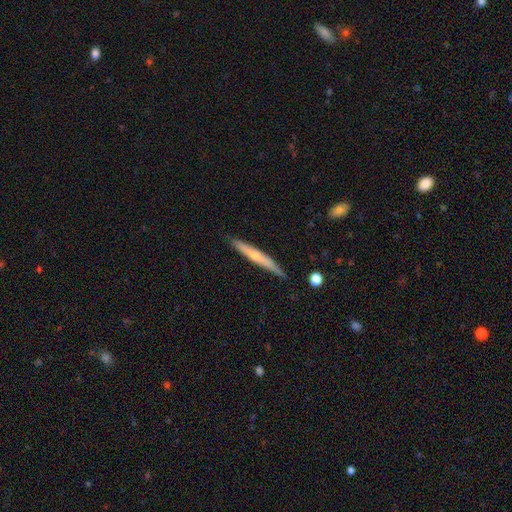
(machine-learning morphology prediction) A featured or disk galaxy (48%). Merging: none (85%).